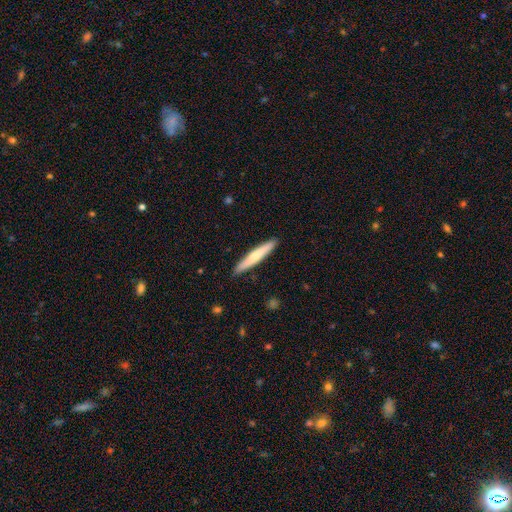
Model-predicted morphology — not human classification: smooth 60%, featured or disk 35%, star or artifact 5%. Down the decision tree: how rounded — cigar-shaped (94%); merging — none (90%).